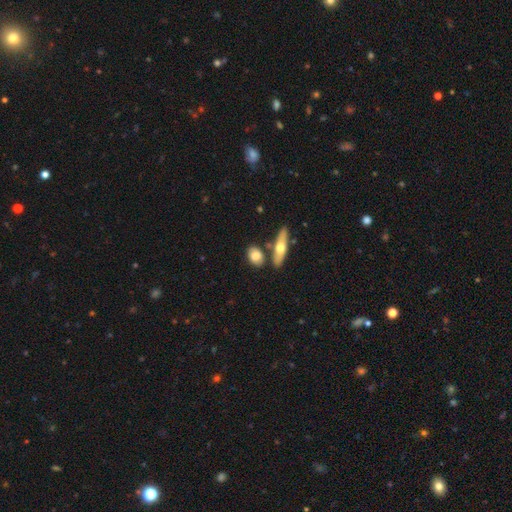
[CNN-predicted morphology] type=smooth (71%); roundness=in between (73%); merging=none (67%).